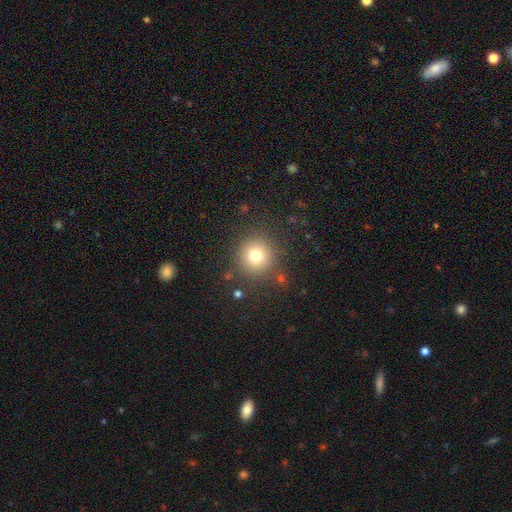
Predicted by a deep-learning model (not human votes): smooth-or-featured: smooth: 76% | star or artifact: 15% | featured or disk: 10%
  how-rounded: round: 94% | in between: 5% | cigar-shaped: 1%
  merging: none: 87% | minor disturbance: 7% | major disturbance: 4% | merger: 2%